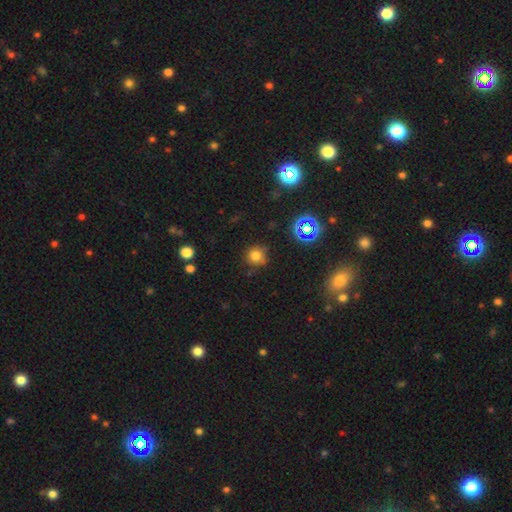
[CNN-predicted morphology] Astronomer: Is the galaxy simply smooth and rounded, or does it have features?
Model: smooth — 72%.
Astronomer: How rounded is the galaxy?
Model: round — 89%.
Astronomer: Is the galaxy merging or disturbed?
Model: none — 74%.